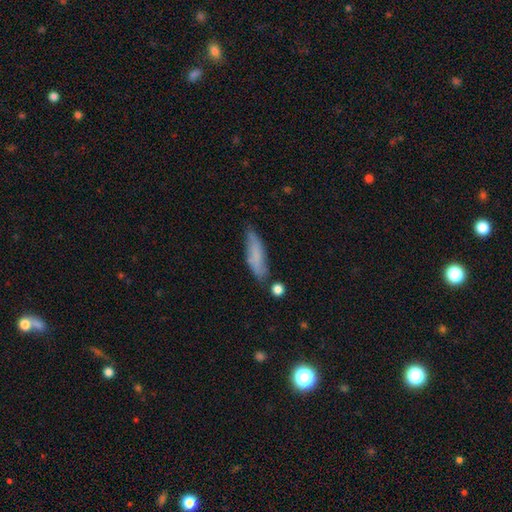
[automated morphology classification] Q: Smooth or featured?
A: smooth (72%); runner-up: featured or disk (21%)
Q: How rounded?
A: cigar-shaped (64%); runner-up: in between (34%)
Q: Merging?
A: none (67%); runner-up: minor disturbance (24%)